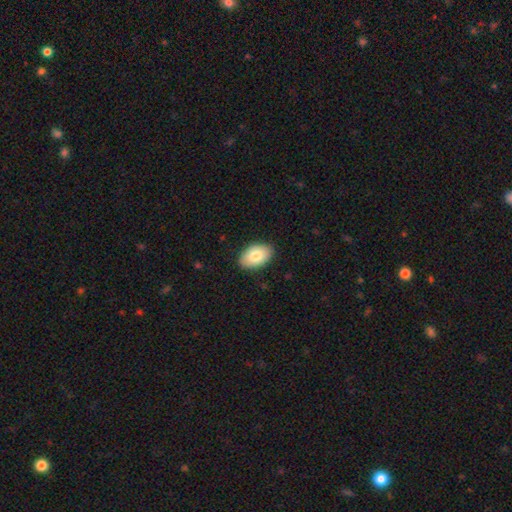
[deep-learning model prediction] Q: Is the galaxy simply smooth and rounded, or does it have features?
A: smooth — 81%.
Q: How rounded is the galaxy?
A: in between — 92%.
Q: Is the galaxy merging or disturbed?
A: none — 88%.